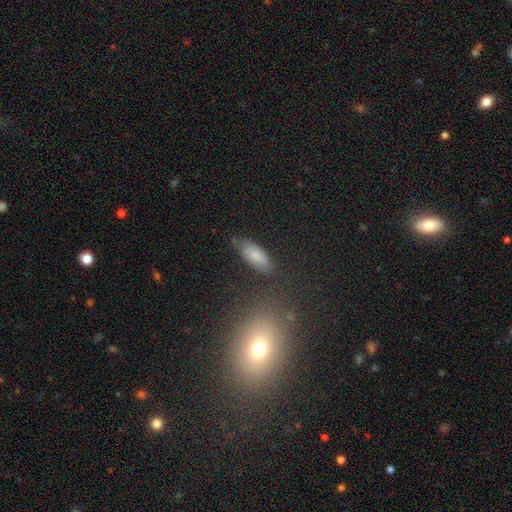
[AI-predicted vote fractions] smooth 73%, featured or disk 18%, star or artifact 9%. Down the decision tree: how rounded — in between (83%); merging — none (63%).